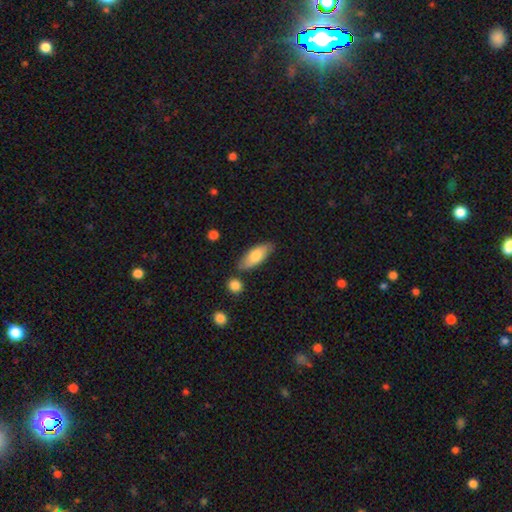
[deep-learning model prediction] Smooth or featured: smooth — 76% (featured or disk — 18%)
How rounded: in between — 76% (cigar-shaped — 22%)
Merging: none — 77% (minor disturbance — 14%)